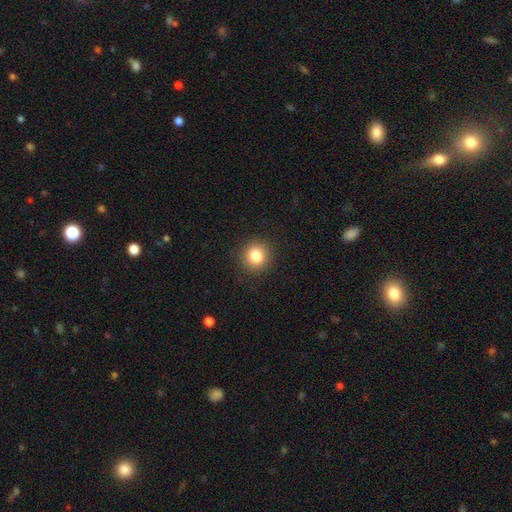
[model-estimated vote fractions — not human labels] Overall: smooth (82%). How rounded: round (90%). Merging: none (91%).